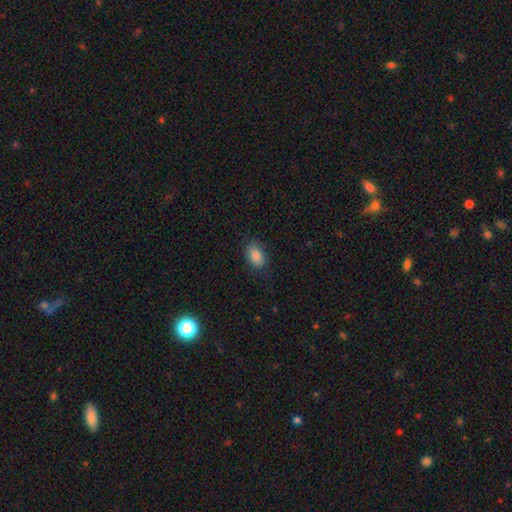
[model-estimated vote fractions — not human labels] The model was most divided on "merging": none: 81%, minor disturbance: 14%, major disturbance: 4%, merger: 1%. More confident: how rounded — in between (88%); smooth or featured — smooth (87%).